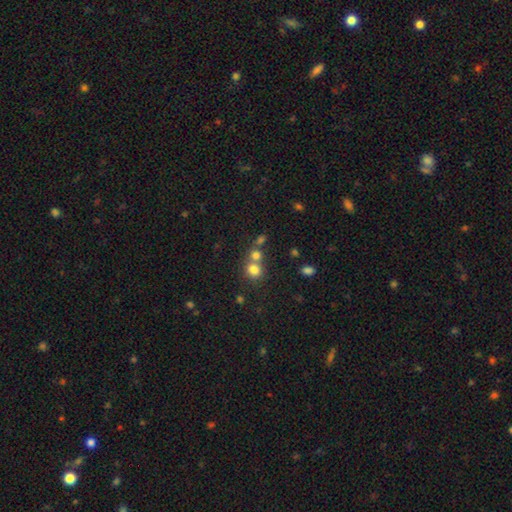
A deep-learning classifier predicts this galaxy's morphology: Smooth or featured?
  - smooth: 55% *
  - star or artifact: 33%
  - featured or disk: 12%
How rounded?
  - round: 87% *
  - in between: 11%
  - cigar-shaped: 1%
Merging?
  - none: 54% *
  - merger: 35%
  - minor disturbance: 7%
  - major disturbance: 3%